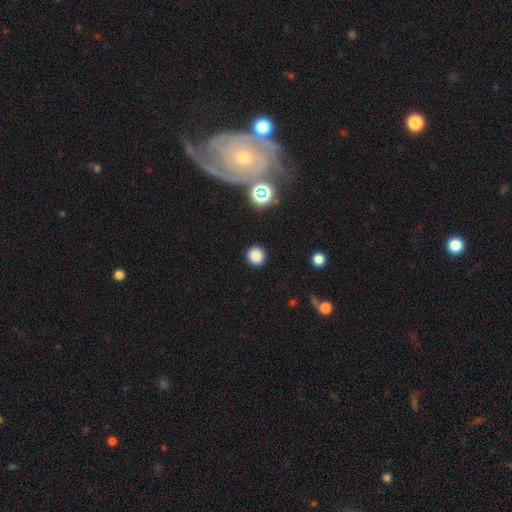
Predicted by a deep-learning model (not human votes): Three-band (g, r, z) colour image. It shows a smooth galaxy with no disk features (83%) that is round (91%). Merging: none (91%).